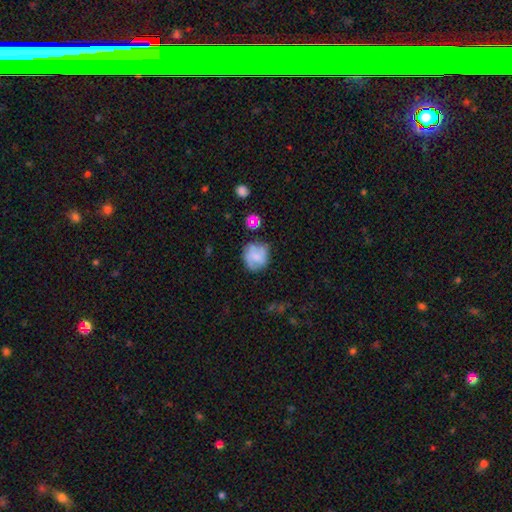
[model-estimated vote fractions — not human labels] Smooth or featured? Predicted: smooth (p=0.55). How rounded? Predicted: round (p=0.81). Merging? Predicted: none (p=0.63).